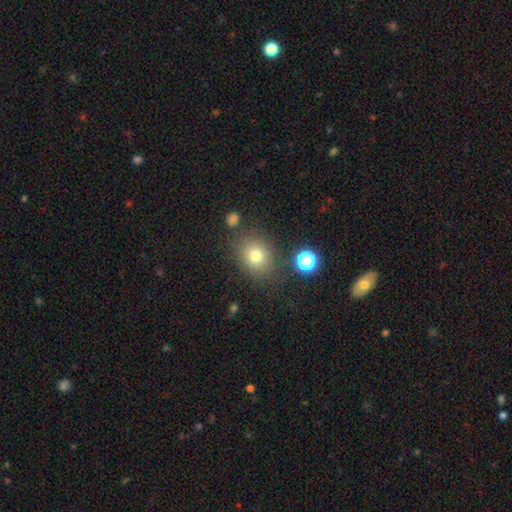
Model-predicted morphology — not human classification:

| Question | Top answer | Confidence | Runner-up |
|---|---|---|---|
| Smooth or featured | smooth | 76% | star or artifact (15%) |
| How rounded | round | 71% | in between (28%) |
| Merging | none | 79% | minor disturbance (12%) |